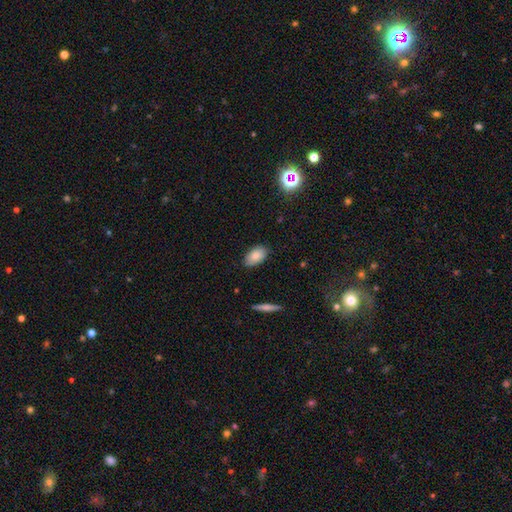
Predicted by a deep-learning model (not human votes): Q: Smooth or featured?
A: smooth (84%); runner-up: featured or disk (9%)
Q: How rounded?
A: in between (93%); runner-up: round (5%)
Q: Merging?
A: none (85%); runner-up: minor disturbance (12%)